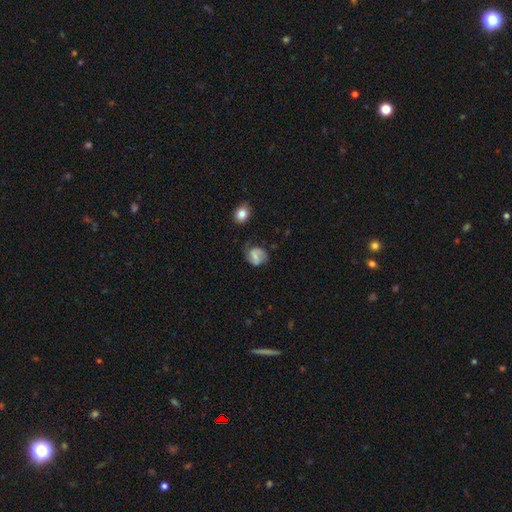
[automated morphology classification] smooth_or_featured: smooth (p=0.48) [alt: featured or disk p=0.44]
merging: none (p=0.59) [alt: minor disturbance p=0.27]